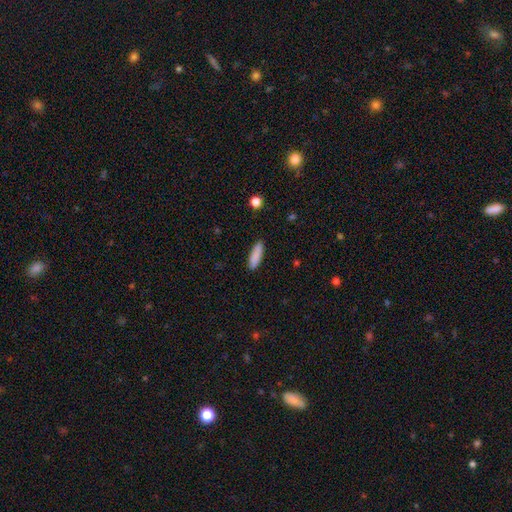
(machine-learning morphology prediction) Q: Smooth or featured?
A: smooth (88%); runner-up: star or artifact (7%)
Q: How rounded?
A: cigar-shaped (62%); runner-up: in between (36%)
Q: Merging?
A: none (89%); runner-up: minor disturbance (8%)